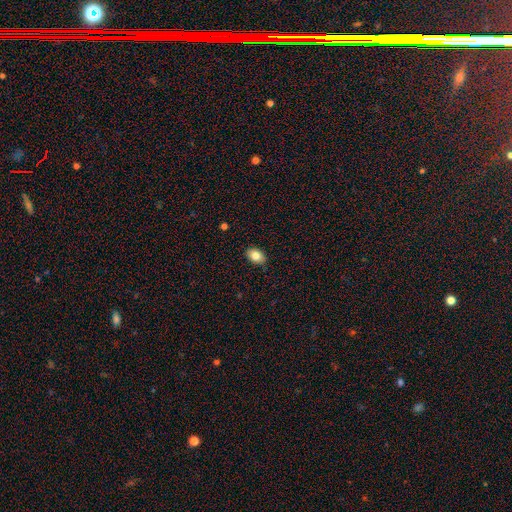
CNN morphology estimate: Smooth or featured? Predicted: smooth (p=0.83). How rounded? Predicted: in between (p=0.83). Merging? Predicted: none (p=0.89).